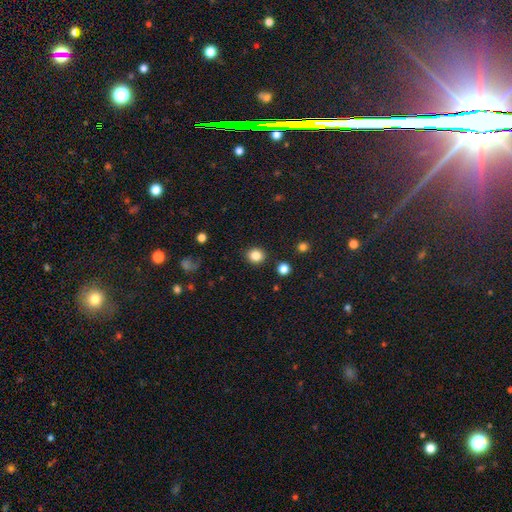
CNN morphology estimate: type=smooth (84%); roundness=round (80%); merging=none (90%).